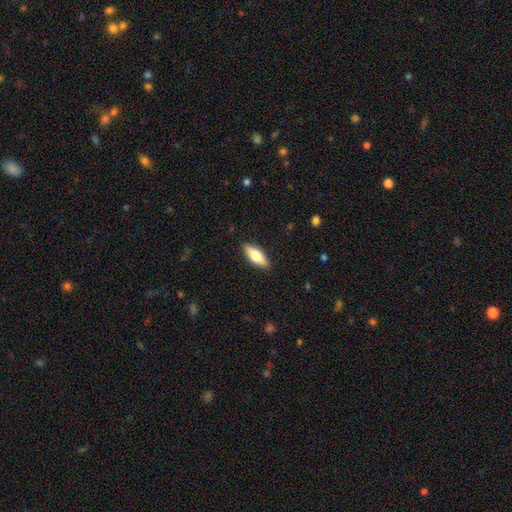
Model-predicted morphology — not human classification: Q: Smooth or featured?
A: smooth (72%); runner-up: featured or disk (22%)
Q: How rounded?
A: in between (69%); runner-up: cigar-shaped (29%)
Q: Merging?
A: none (89%); runner-up: minor disturbance (9%)